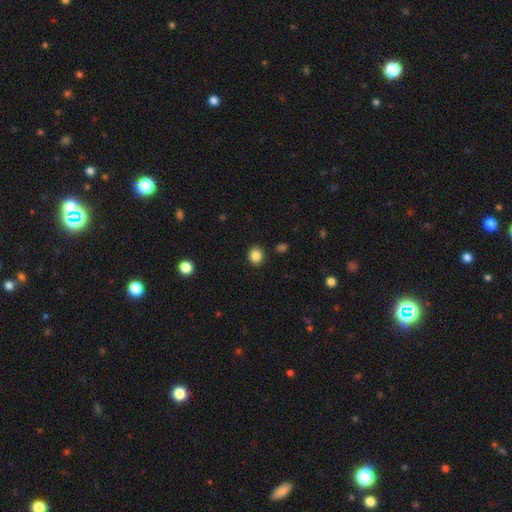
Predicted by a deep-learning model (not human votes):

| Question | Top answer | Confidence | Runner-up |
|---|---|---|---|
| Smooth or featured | smooth | 85% | star or artifact (10%) |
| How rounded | round | 76% | in between (23%) |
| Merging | none | 90% | minor disturbance (6%) |